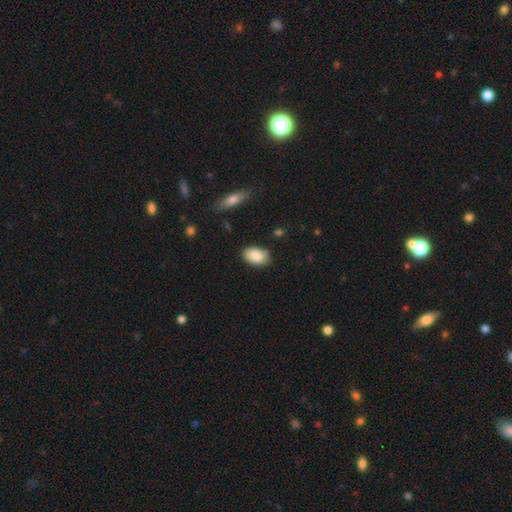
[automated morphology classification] This appears to be a smooth galaxy with no disk features (87%) that is in between round and cigar-shaped (90%). Merging: none (76%).